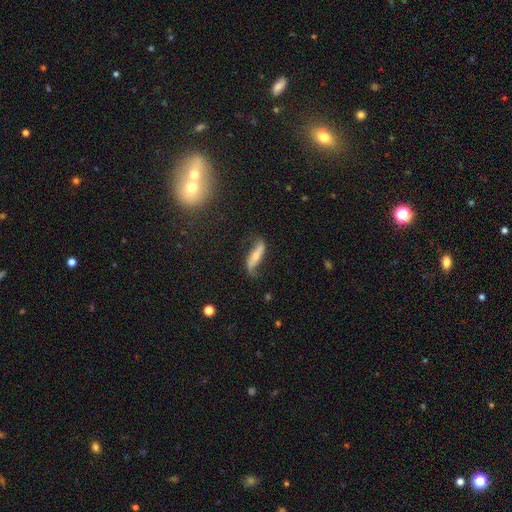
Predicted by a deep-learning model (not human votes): A featured or disk galaxy (65%).

Vote fractions:
- Smooth or featured? featured or disk: 65% / smooth: 27% / star or artifact: 8%
- Edge-on disk? no: 70% / yes: 30%
- Merging? none: 61% / minor disturbance: 23% / major disturbance: 13% / merger: 3%